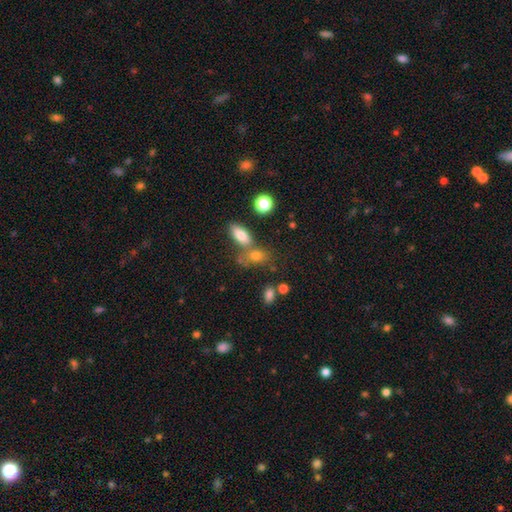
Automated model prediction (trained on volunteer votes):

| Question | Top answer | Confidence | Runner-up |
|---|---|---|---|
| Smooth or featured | smooth | 75% | star or artifact (13%) |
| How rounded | in between | 74% | round (19%) |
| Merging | none | 49% | merger (33%) |